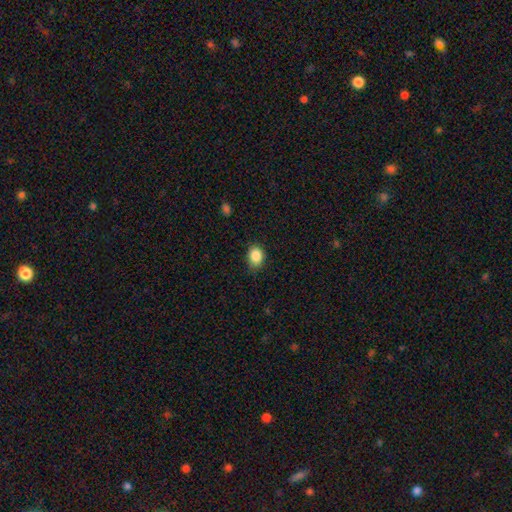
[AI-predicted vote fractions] smooth_or_featured: smooth (p=0.87) [alt: star or artifact p=0.09]
how_rounded: in between (p=0.61) [alt: round p=0.38]
merging: none (p=0.78) [alt: minor disturbance p=0.17]